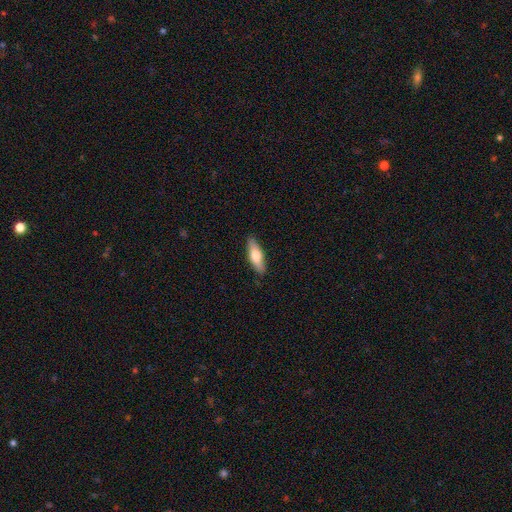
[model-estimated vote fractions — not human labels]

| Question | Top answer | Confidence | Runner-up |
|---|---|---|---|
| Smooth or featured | smooth | 65% | featured or disk (29%) |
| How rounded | in between | 53% | cigar-shaped (45%) |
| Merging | none | 88% | minor disturbance (9%) |